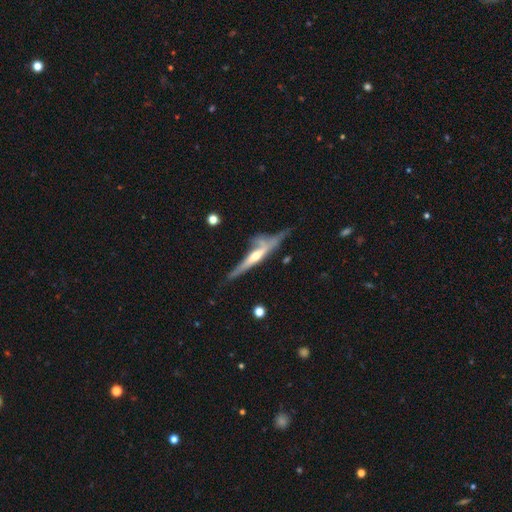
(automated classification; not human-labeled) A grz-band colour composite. It shows a featured or disk galaxy (68%) viewed edge-on (89%) with a rounded central bulge (67%). Merging: none (43%).